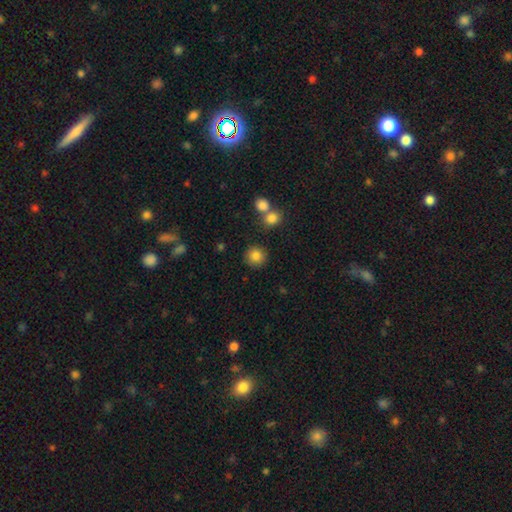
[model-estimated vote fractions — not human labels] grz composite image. It shows a smooth galaxy with no disk features (84%) that is round (92%). Merging: none (85%).